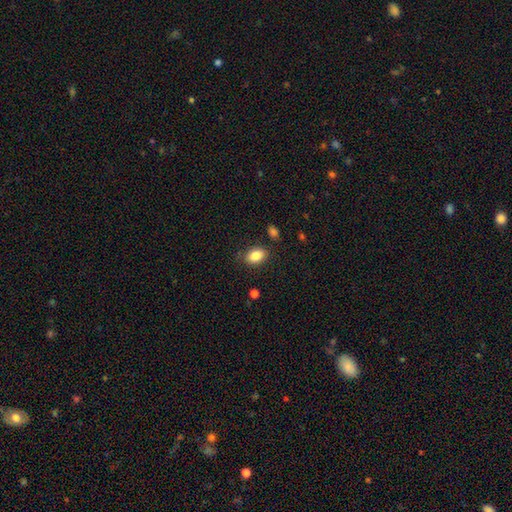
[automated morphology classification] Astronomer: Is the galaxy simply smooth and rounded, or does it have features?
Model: smooth — 85%.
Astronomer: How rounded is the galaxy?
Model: in between — 84%.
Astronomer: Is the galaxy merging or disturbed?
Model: none — 83%.